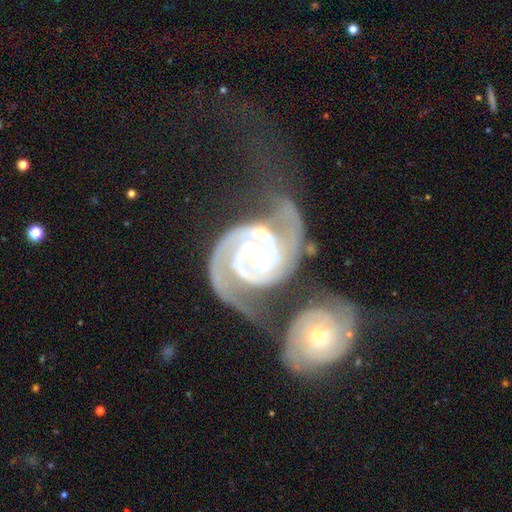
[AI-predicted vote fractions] Smooth or featured: featured or disk — 92% (star or artifact — 4%)
Edge-on disk: no — 98% (yes — 2%)
Bar: weak — 39% (strong — 36%)
Spiral arms: yes — 98% (no — 2%)
Spiral winding: tight — 50% (medium — 42%)
Spiral arm count: 2 — 80% (3 — 8%)
Bulge size: small — 52% (moderate — 42%)
Merging: merger — 45% (none — 24%)